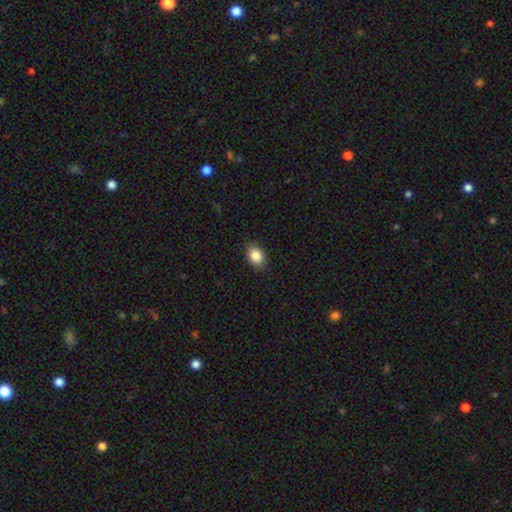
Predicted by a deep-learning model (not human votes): A smooth galaxy with no disk features (86%) that is in between round and cigar-shaped (72%).

Vote fractions:
- Smooth or featured? smooth: 86% / star or artifact: 9% / featured or disk: 5%
- How rounded? in between: 72% / round: 27% / cigar-shaped: 1%
- Merging? none: 87% / minor disturbance: 10% / major disturbance: 2% / merger: 1%